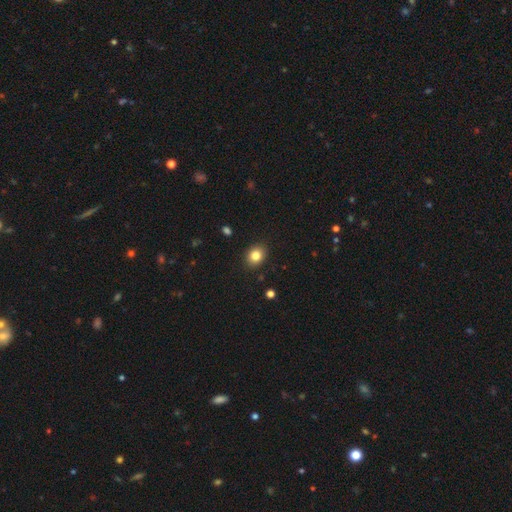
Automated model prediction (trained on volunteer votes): smooth_or_featured: smooth (p=0.83) [alt: star or artifact p=0.10]
how_rounded: round (p=0.53) [alt: in between p=0.47]
merging: none (p=0.89) [alt: minor disturbance p=0.07]